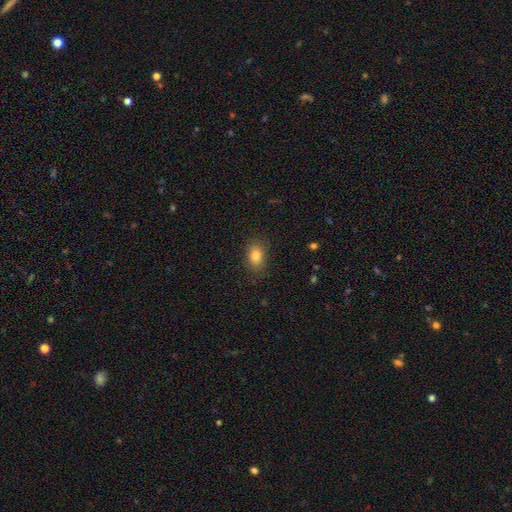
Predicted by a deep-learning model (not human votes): This is clearly a smooth galaxy (82%). How rounded: likely in between (80%). Merging: clearly none (83%).